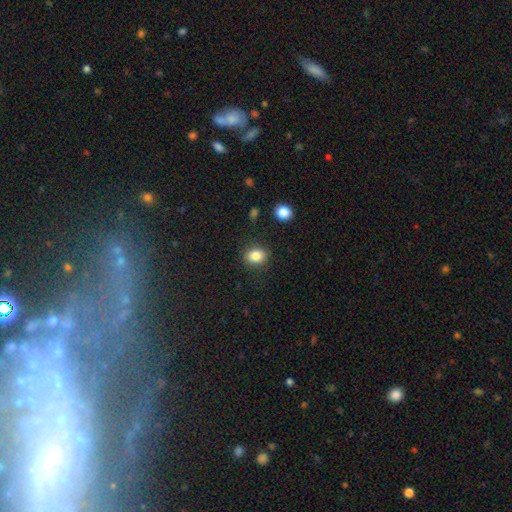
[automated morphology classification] This appears to be a smooth galaxy with no disk features (85%) that is in between round and cigar-shaped (58%). Merging: none (85%).